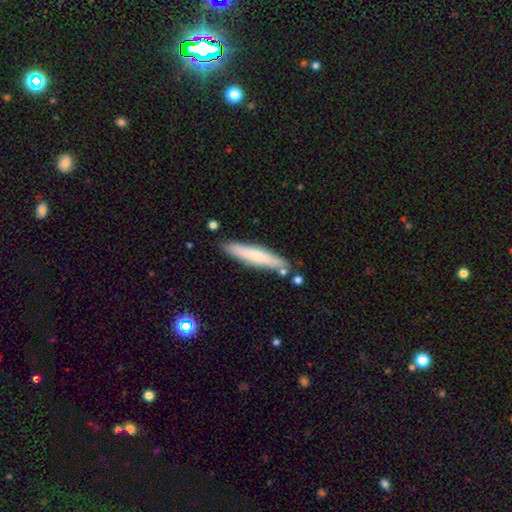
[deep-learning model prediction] Smooth or featured? Predicted: smooth (p=0.70). How rounded? Predicted: cigar-shaped (p=0.90). Merging? Predicted: none (p=0.83).